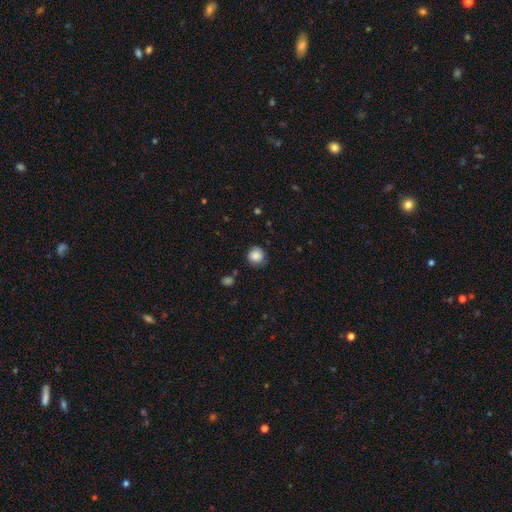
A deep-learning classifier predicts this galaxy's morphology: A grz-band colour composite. It shows a smooth galaxy with no disk features (83%) that is round (91%). Merging: none (77%).